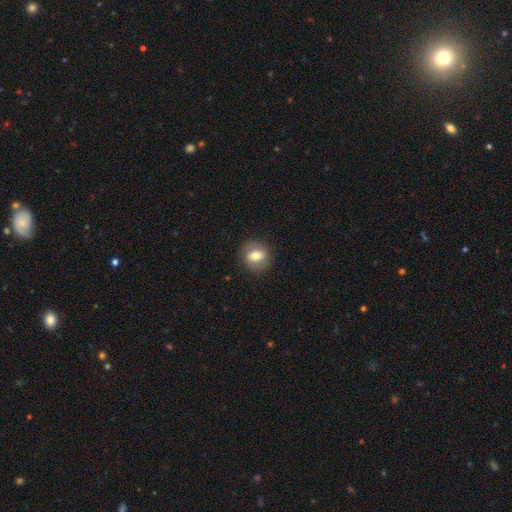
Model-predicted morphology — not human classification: A smooth galaxy with no disk features (67%) that is round (69%). Merging: none (87%).